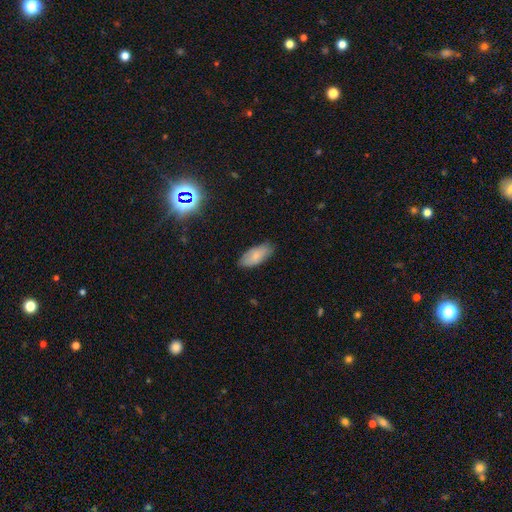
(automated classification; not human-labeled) smooth 80%, featured or disk 13%, star or artifact 7%. Down the decision tree: how rounded — in between (88%); merging — none (80%).